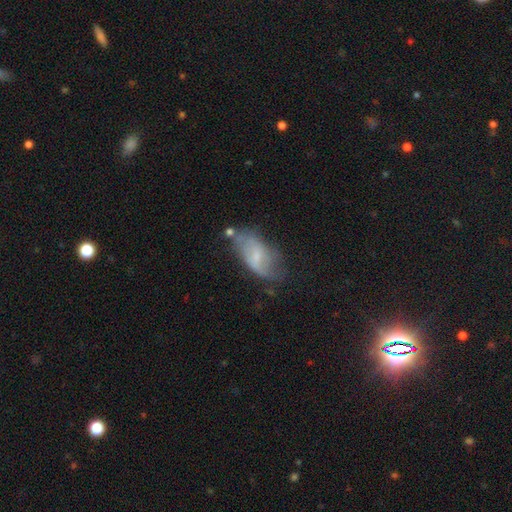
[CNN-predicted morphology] smooth_or_featured: featured or disk (p=0.48) [alt: smooth p=0.44]
merging: none (p=0.45) [alt: minor disturbance p=0.32]